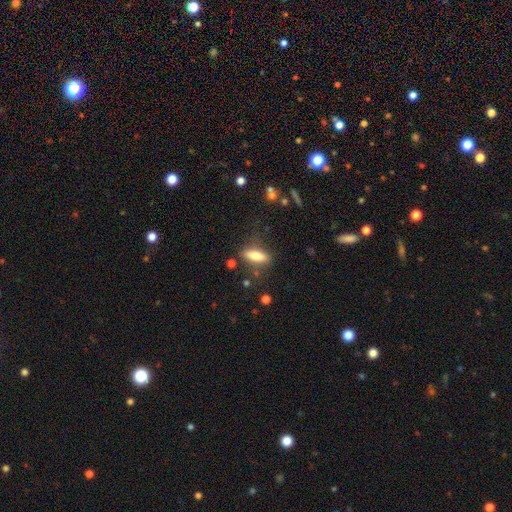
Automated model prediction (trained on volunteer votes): Smooth or featured? smooth (77%)
How rounded? in between (49%)
Merging? none (76%)